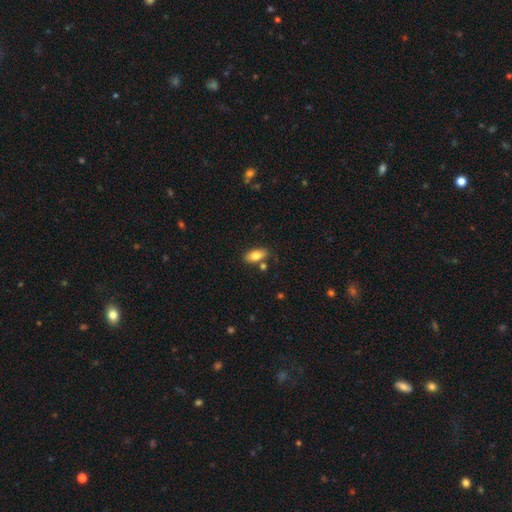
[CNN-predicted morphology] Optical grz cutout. It shows a smooth galaxy with no disk features (79%) that is in between round and cigar-shaped (88%). Merging: none (78%).